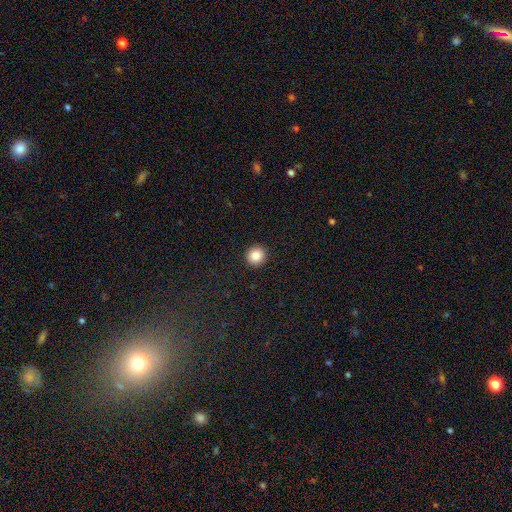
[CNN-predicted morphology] Overall: smooth (86%). How rounded: round (95%). Merging: none (93%).